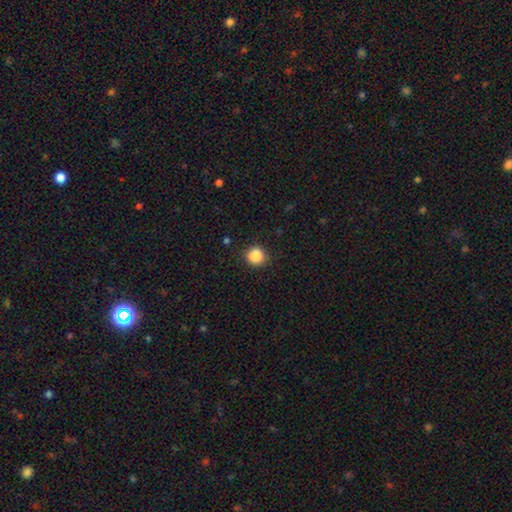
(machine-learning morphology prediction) Q: Smooth or featured?
A: smooth (87%); runner-up: star or artifact (10%)
Q: How rounded?
A: round (90%); runner-up: in between (9%)
Q: Merging?
A: none (88%); runner-up: minor disturbance (9%)